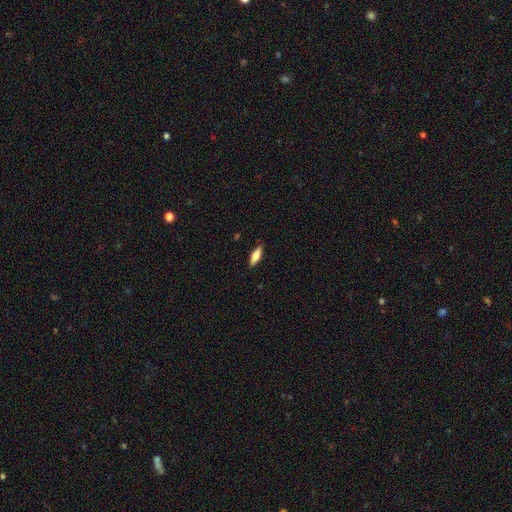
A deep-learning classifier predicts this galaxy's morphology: Overall: smooth (67%). How rounded: in between (56%; cigar-shaped 41%). Merging: none (88%).